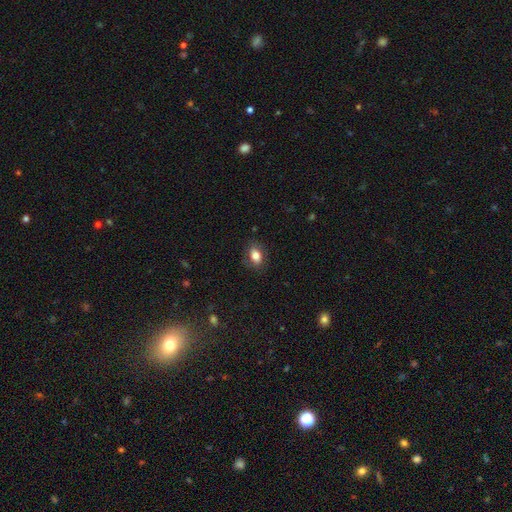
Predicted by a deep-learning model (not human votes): Smooth or featured? Predicted: smooth (p=0.77). How rounded? Predicted: in between (p=0.79). Merging? Predicted: none (p=0.79).